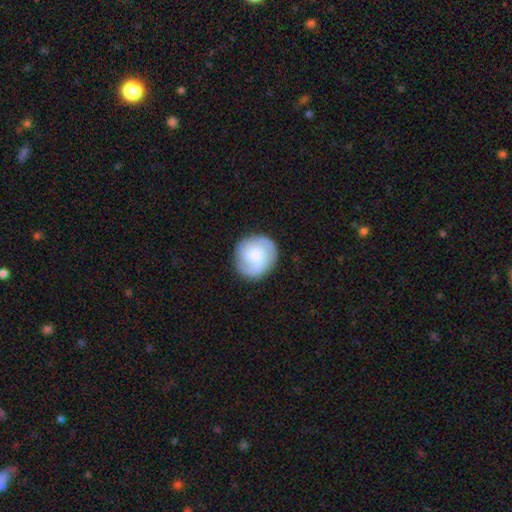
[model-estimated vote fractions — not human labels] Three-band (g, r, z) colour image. It shows a featured or disk galaxy (63%) with no bar (67%), 2 (41%) tight (49%) spiral arms (93%) and a small central bulge (45%). Merging: none (85%).